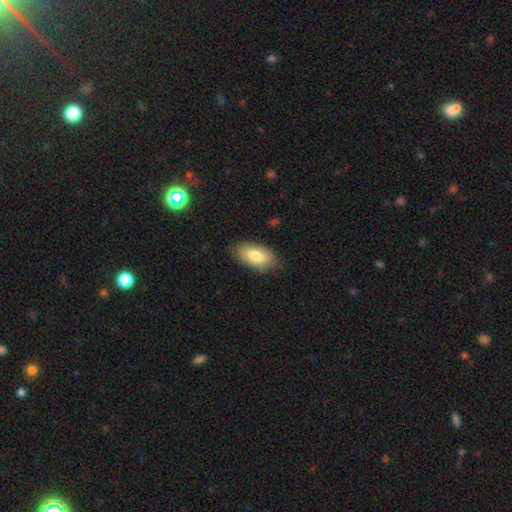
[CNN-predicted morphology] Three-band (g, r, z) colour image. It shows a smooth galaxy with no disk features (79%) that is in between round and cigar-shaped (93%). Merging: none (82%).